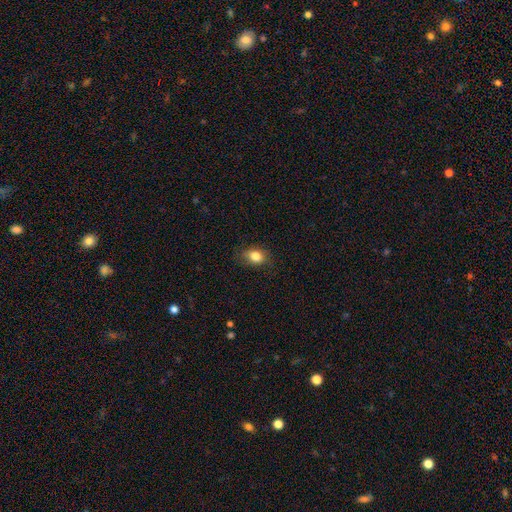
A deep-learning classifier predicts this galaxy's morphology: A smooth galaxy with no disk features (82%) that is in between round and cigar-shaped (74%). Merging: none (76%).